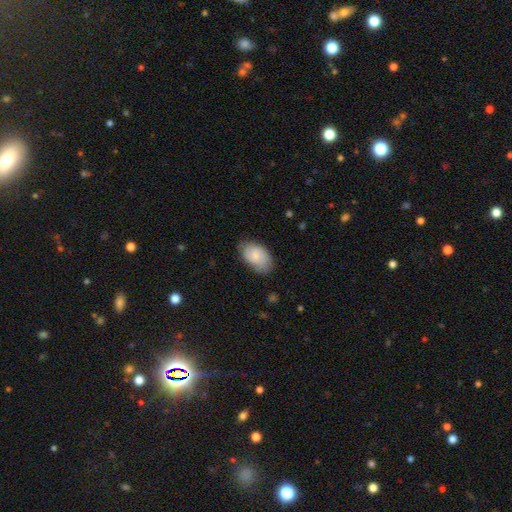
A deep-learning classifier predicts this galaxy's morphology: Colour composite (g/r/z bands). It shows a smooth galaxy with no disk features (65%) that is in between round and cigar-shaped (91%). Merging: none (72%).